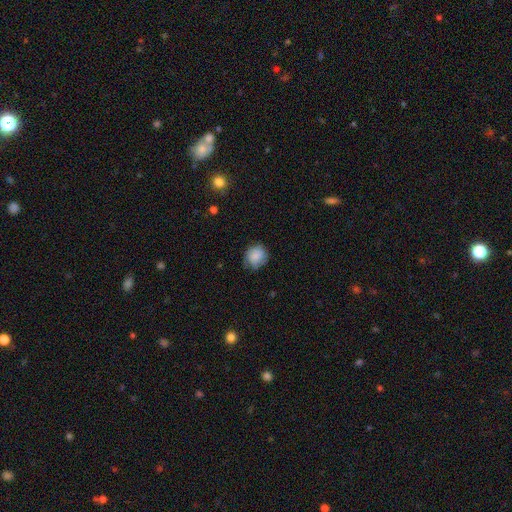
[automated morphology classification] smooth_or_featured: smooth (p=0.84) [alt: featured or disk p=0.09]
how_rounded: round (p=0.79) [alt: in between p=0.20]
merging: none (p=0.68) [alt: minor disturbance p=0.25]